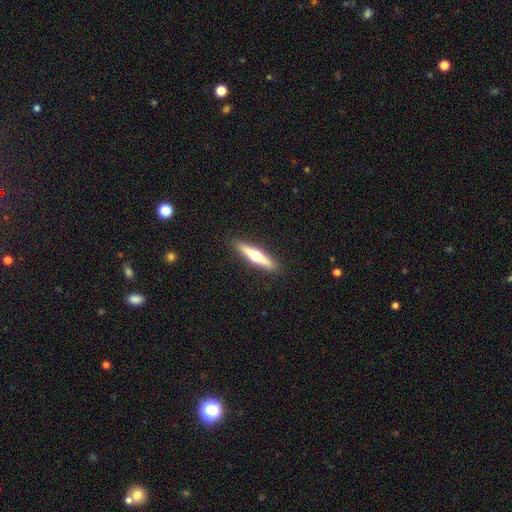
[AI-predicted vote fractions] smooth_or_featured: featured or disk (p=0.60) [alt: smooth p=0.35]
disk_edge_on: yes (p=0.96) [alt: no p=0.04]
edge_on_bulge: rounded (p=0.94) [alt: none p=0.03]
merging: none (p=0.91) [alt: minor disturbance p=0.06]